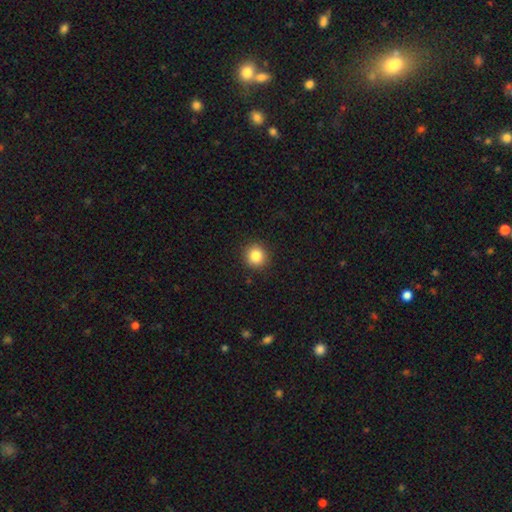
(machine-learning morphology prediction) smooth-or-featured: smooth: 84% | star or artifact: 11% | featured or disk: 5%
  how-rounded: round: 92% | in between: 7% | cigar-shaped: 1%
  merging: none: 92% | minor disturbance: 6% | major disturbance: 2% | merger: 1%